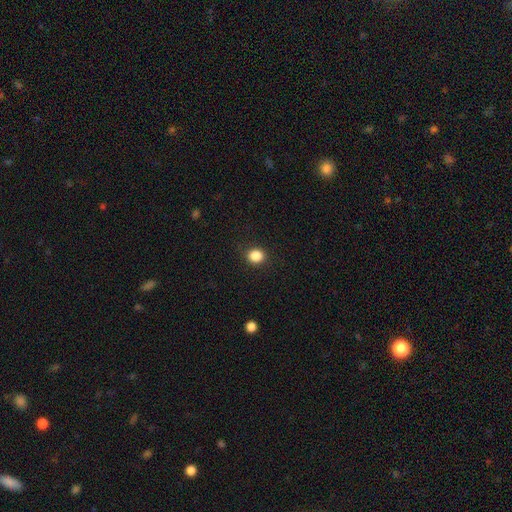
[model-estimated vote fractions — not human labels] Overall: smooth (86%). How rounded: round (76%). Merging: none (90%).